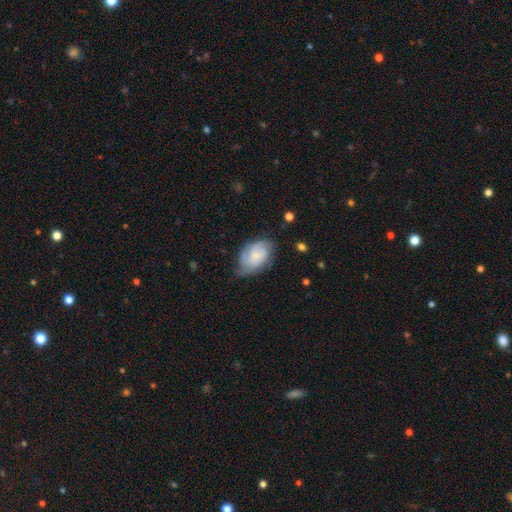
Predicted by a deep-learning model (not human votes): This is possibly a featured or disk galaxy (54%). It is clearly not viewed edge-on (97%). Bar: likely no (72%). Spiral arm pattern: clearly yes (85%). Central bulge: possibly small (58%). Merging: possibly none (51%).